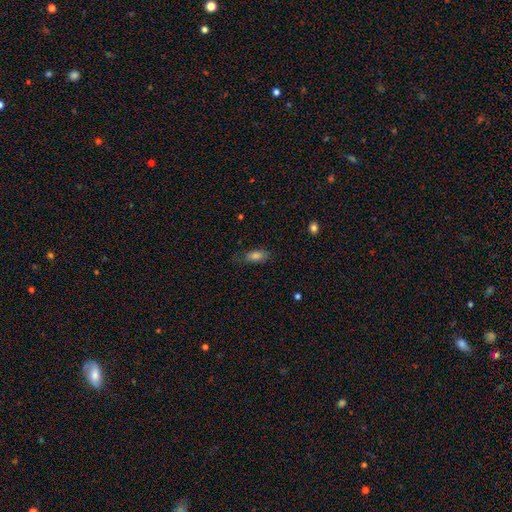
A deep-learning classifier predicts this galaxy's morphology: A smooth galaxy with no disk features (78%) that is in between round and cigar-shaped (80%). Merging: none (68%).